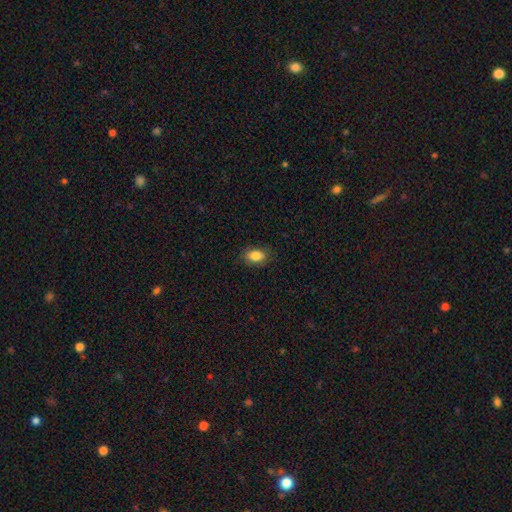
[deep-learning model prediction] This appears to be a smooth galaxy with no disk features (85%) that is in between round and cigar-shaped (84%). Merging: none (83%).